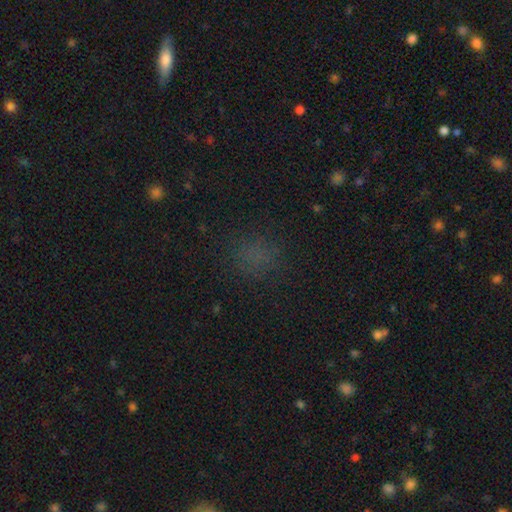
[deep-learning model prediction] This appears to be a smooth galaxy with no disk features (64%) that is round (76%). Merging: none (83%).